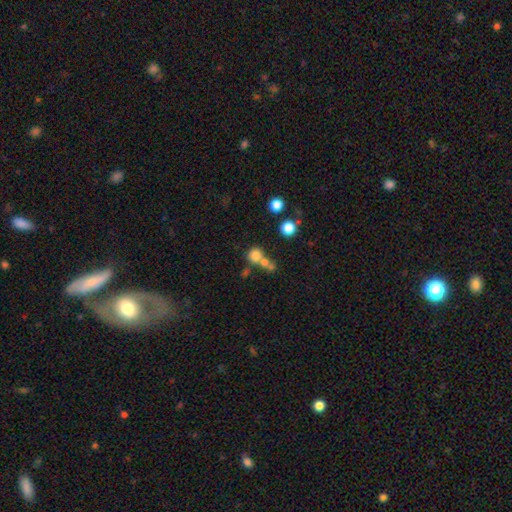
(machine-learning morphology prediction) smooth 74%, star or artifact 14%, featured or disk 11%. Down the decision tree: how rounded — round (88%); merging — none (46%).